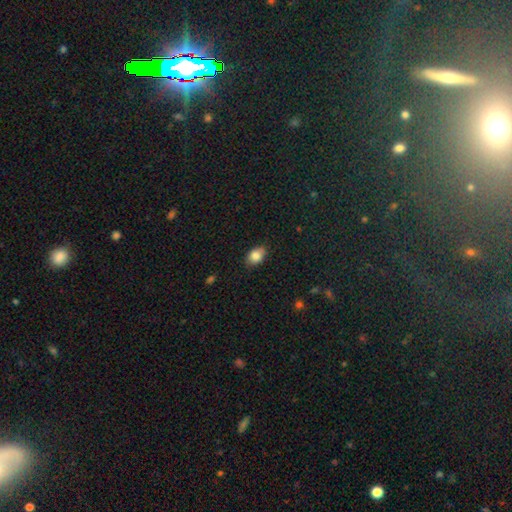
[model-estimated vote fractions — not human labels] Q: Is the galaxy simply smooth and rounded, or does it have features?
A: smooth — 85%.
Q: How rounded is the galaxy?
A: in between — 78%.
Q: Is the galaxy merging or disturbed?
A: none — 84%.